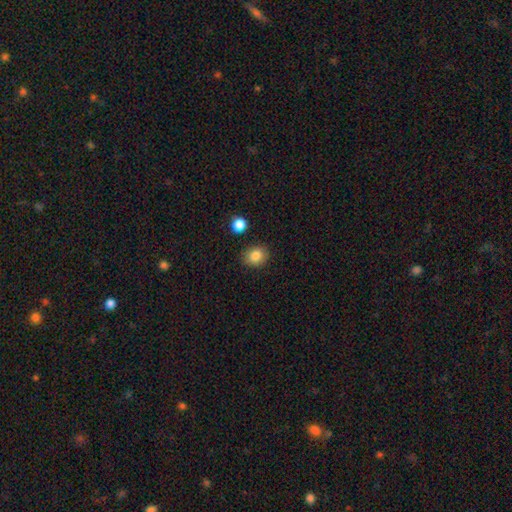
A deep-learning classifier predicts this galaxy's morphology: Smooth or featured?
  - smooth: 85% *
  - star or artifact: 9%
  - featured or disk: 6%
How rounded?
  - round: 62% *
  - in between: 37%
  - cigar-shaped: 1%
Merging?
  - none: 86% *
  - minor disturbance: 9%
  - merger: 3%
  - major disturbance: 2%